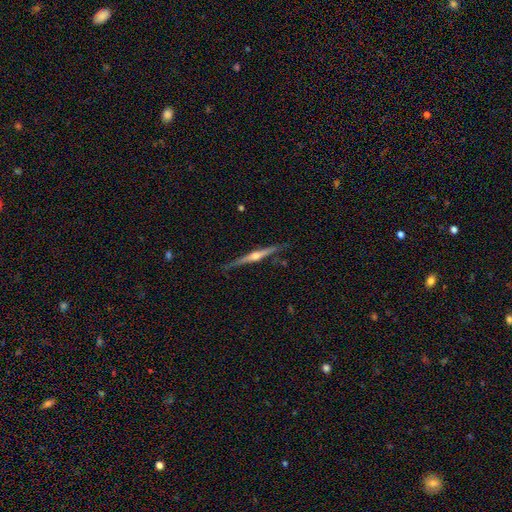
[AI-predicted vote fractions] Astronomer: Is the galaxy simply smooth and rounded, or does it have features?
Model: featured or disk — 81%.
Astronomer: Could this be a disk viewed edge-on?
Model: yes — 98%.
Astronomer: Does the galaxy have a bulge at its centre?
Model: rounded — 91%.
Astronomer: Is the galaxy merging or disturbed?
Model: none — 85%.